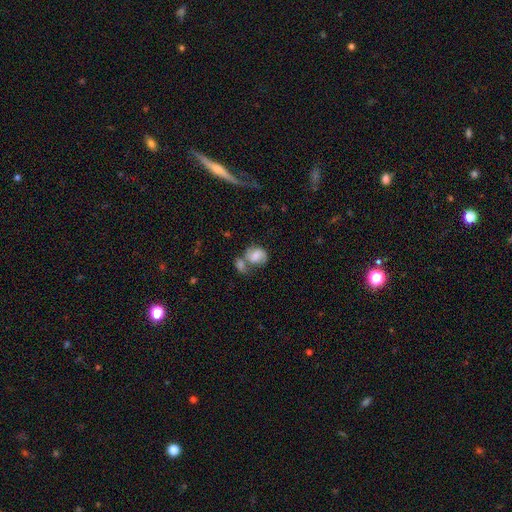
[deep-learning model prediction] Smooth or featured? Predicted: smooth (p=0.46). Merging? Predicted: merger (p=0.45).